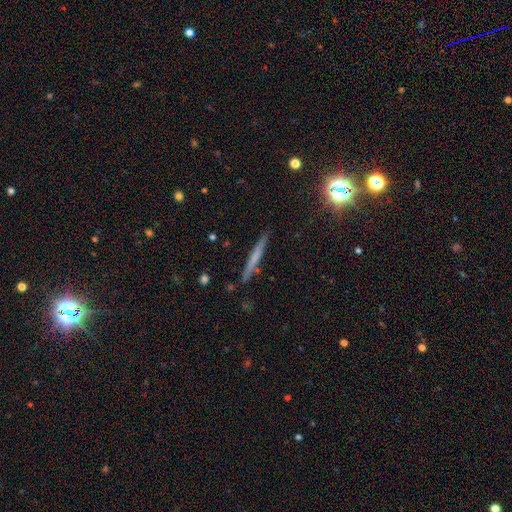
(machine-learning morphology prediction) Smooth or featured? smooth (45%, tied with featured or disk)
Merging? none (89%)